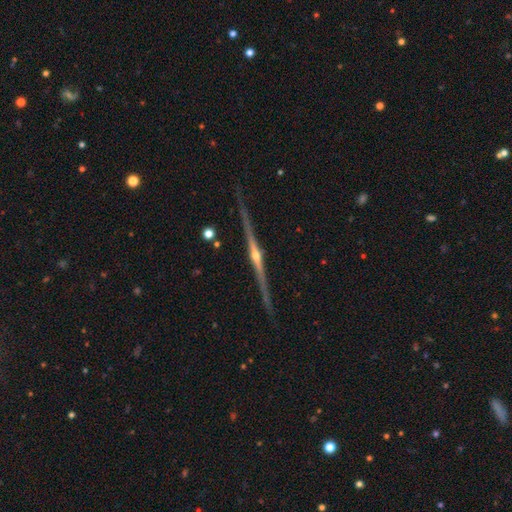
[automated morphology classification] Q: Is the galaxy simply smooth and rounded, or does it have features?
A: featured or disk — 88%.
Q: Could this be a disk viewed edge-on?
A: yes — 98%.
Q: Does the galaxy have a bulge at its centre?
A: rounded — 90%.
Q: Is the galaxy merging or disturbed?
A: none — 86%.